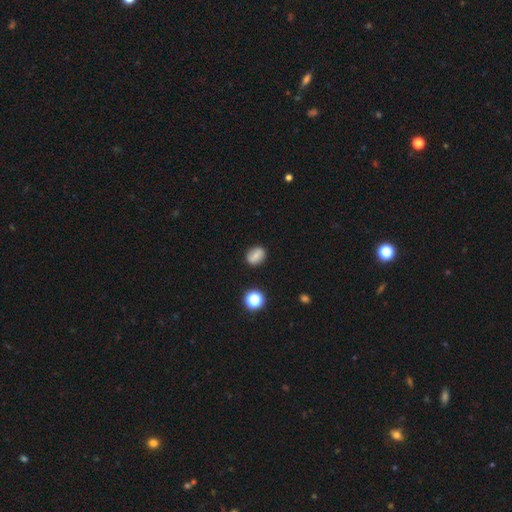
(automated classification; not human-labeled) Q: Smooth or featured?
A: smooth (69%); runner-up: featured or disk (19%)
Q: How rounded?
A: in between (51%); runner-up: round (47%)
Q: Merging?
A: none (85%); runner-up: minor disturbance (11%)